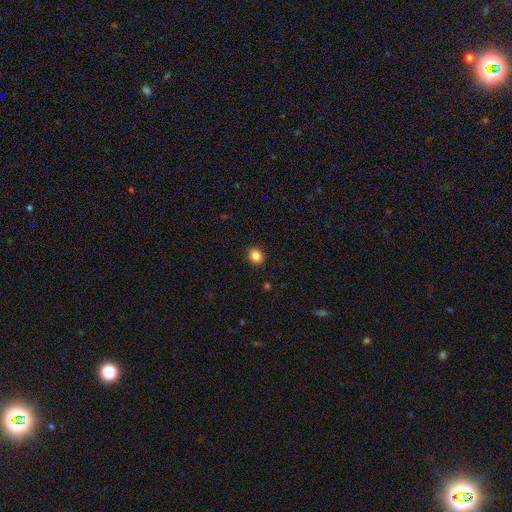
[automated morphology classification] A smooth galaxy with no disk features (86%) that is round (74%).

Vote fractions:
- Smooth or featured? smooth: 86% / star or artifact: 11% / featured or disk: 4%
- How rounded? round: 74% / in between: 25% / cigar-shaped: 1%
- Merging? none: 91% / minor disturbance: 6% / major disturbance: 2% / merger: 1%